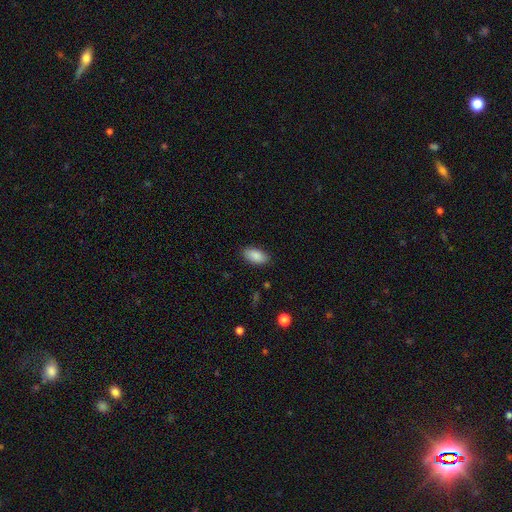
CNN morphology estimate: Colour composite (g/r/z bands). It shows a smooth galaxy with no disk features (89%) that is in between round and cigar-shaped (94%). Merging: none (86%).